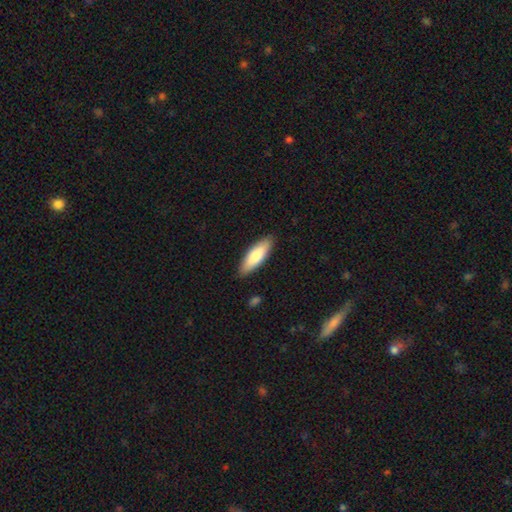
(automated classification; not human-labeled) A smooth galaxy with no disk features (78%) that is in between round and cigar-shaped (53%).

Vote fractions:
- Smooth or featured? smooth: 78% / featured or disk: 17% / star or artifact: 5%
- How rounded? in between: 53% / cigar-shaped: 45% / round: 2%
- Merging? none: 88% / minor disturbance: 9% / major disturbance: 2% / merger: 1%